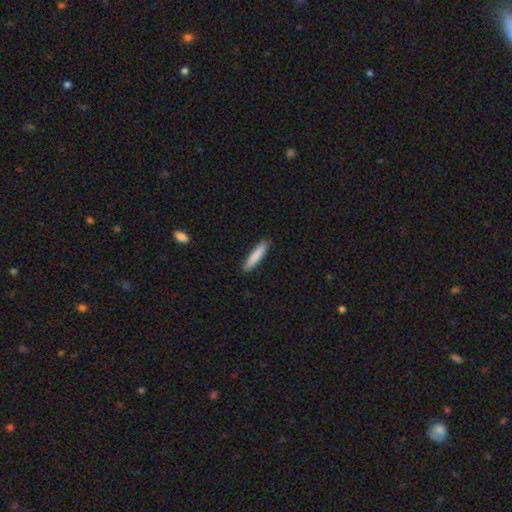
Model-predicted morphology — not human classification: A smooth galaxy with no disk features (85%) that is cigar-shaped (85%).

Vote fractions:
- Smooth or featured? smooth: 85% / featured or disk: 10% / star or artifact: 6%
- How rounded? cigar-shaped: 85% / in between: 14% / round: 1%
- Merging? none: 89% / minor disturbance: 8% / major disturbance: 2% / merger: 1%